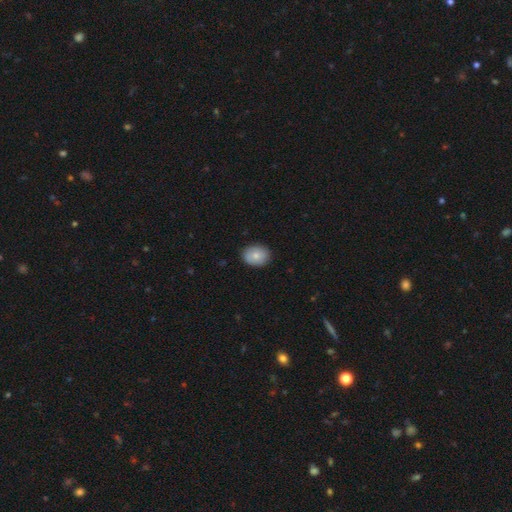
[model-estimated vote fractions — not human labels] Smooth or featured? smooth (77%)
How rounded? in between (55%)
Merging? none (86%)